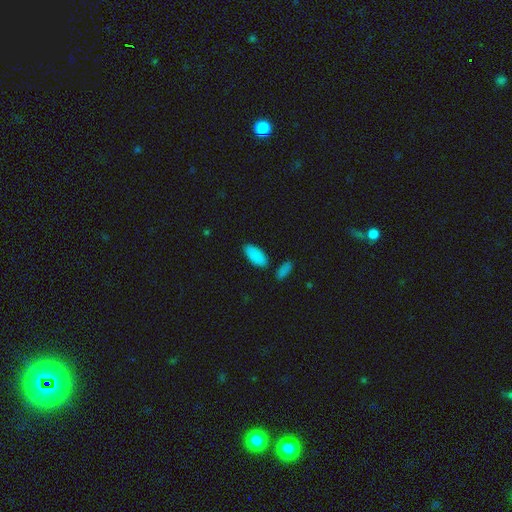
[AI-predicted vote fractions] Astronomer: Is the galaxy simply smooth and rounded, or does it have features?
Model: smooth — 89%.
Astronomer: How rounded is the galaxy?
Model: in between — 87%.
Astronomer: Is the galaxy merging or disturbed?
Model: none — 81%.